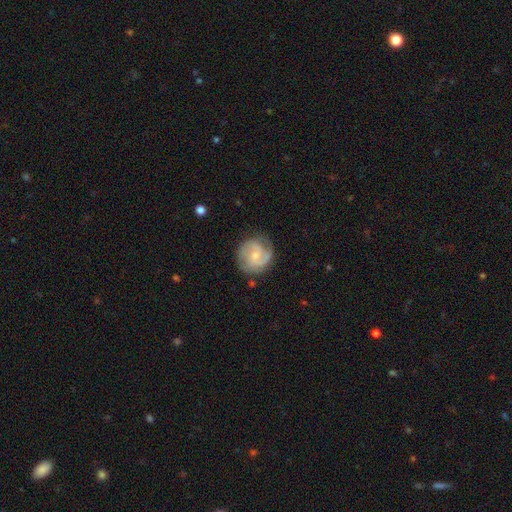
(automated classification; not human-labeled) Smooth or featured?
  - featured or disk: 74% *
  - smooth: 20%
  - star or artifact: 6%
Edge-on disk?
  - no: 98% *
  - yes: 2%
Bar?
  - no: 57% *
  - weak: 37%
  - strong: 5%
Spiral arms?
  - yes: 95% *
  - no: 5%
Spiral winding?
  - medium: 45% *
  - tight: 42%
  - loose: 14%
Spiral arm count?
  - 2: 62% *
  - 3: 16%
  - can't tell: 13%
  - 1: 5%
  - 4: 3%
  - more than 4: 2%
Bulge size?
  - small: 58% *
  - moderate: 31%
  - none: 8%
  - large: 2%
  - dominant: 1%
Merging?
  - none: 75% *
  - minor disturbance: 17%
  - major disturbance: 6%
  - merger: 2%